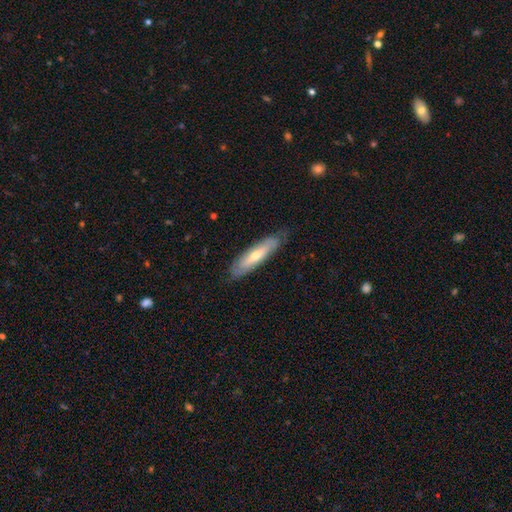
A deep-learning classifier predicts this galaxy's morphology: Smooth or featured? Predicted: featured or disk (p=0.51). Edge-on disk? Predicted: yes (p=0.51). Merging? Predicted: none (p=0.81).